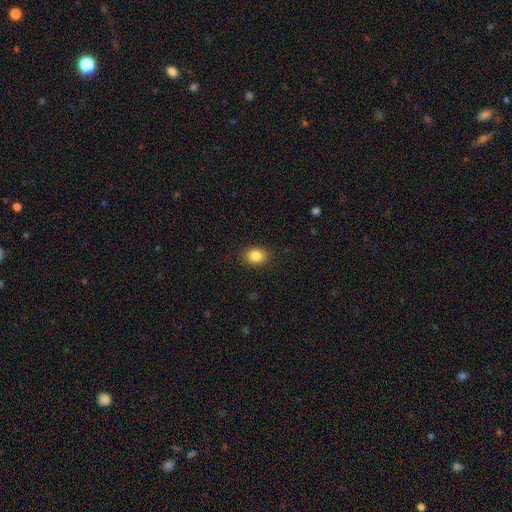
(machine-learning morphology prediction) Smooth or featured? smooth (84%)
How rounded? round (52%)
Merging? none (89%)